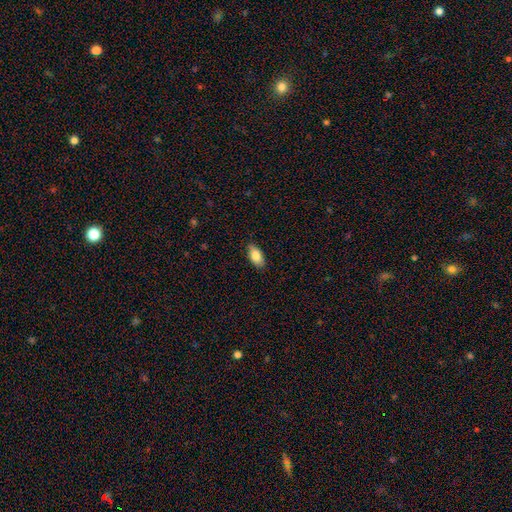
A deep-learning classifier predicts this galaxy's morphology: smooth-or-featured: smooth: 83% | featured or disk: 10% | star or artifact: 7%
  how-rounded: in between: 91% | cigar-shaped: 6% | round: 3%
  merging: none: 85% | minor disturbance: 12% | major disturbance: 2% | merger: 1%